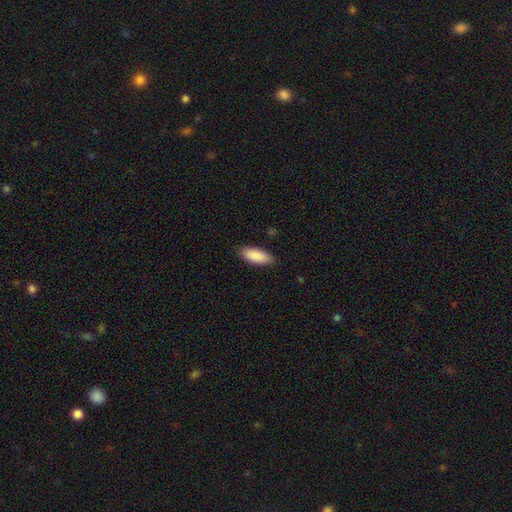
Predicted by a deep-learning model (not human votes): A smooth galaxy with no disk features (90%) that is in between round and cigar-shaped (80%).

Vote fractions:
- Smooth or featured? smooth: 90% / star or artifact: 6% / featured or disk: 4%
- How rounded? in between: 80% / cigar-shaped: 18% / round: 2%
- Merging? none: 86% / minor disturbance: 11% / major disturbance: 2% / merger: 1%